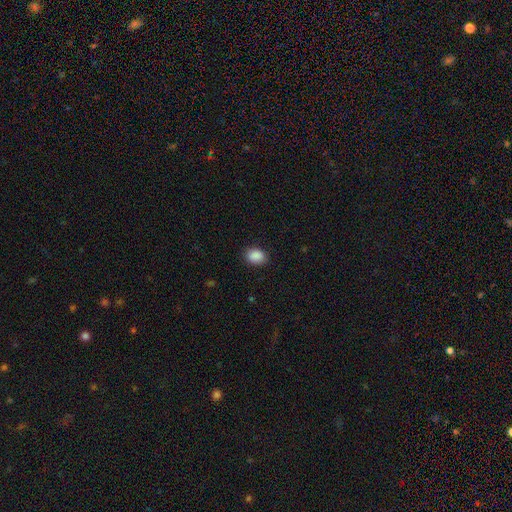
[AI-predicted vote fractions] A smooth galaxy with no disk features (89%) that is in between round and cigar-shaped (68%). Merging: none (87%).